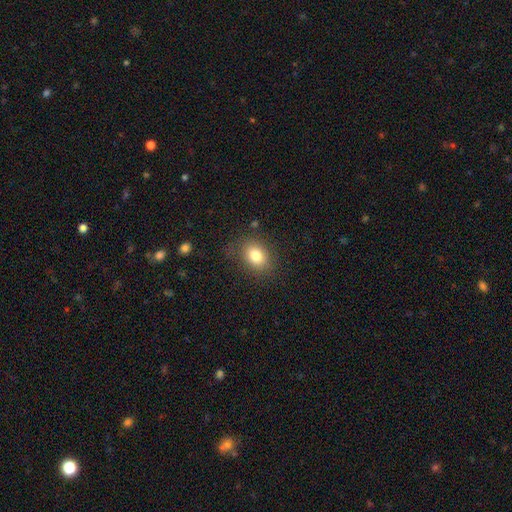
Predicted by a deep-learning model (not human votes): Smooth or featured? smooth (82%)
How rounded? in between (66%)
Merging? none (80%)